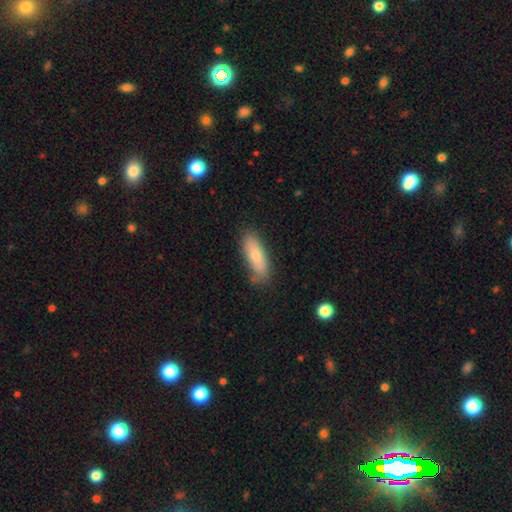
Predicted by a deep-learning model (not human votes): Smooth or featured? smooth (71%)
How rounded? in between (61%)
Merging? none (75%)